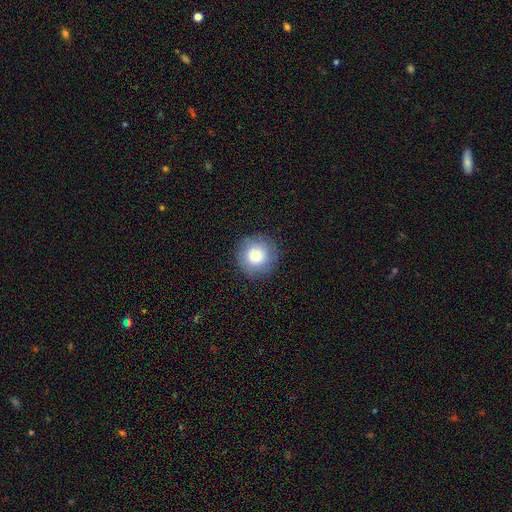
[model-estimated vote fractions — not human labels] smooth_or_featured: smooth (p=0.80) [alt: featured or disk p=0.11]
how_rounded: round (p=0.95) [alt: in between p=0.04]
merging: none (p=0.87) [alt: minor disturbance p=0.09]